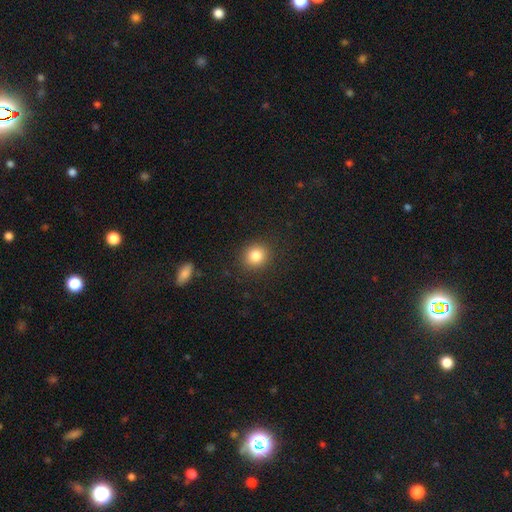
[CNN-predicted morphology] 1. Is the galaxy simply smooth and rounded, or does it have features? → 83% smooth, 11% star or artifact, 6% featured or disk.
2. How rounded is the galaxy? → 84% round, 15% in between, 1% cigar-shaped.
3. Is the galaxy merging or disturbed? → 89% none, 7% minor disturbance, 2% major disturbance, 1% merger.